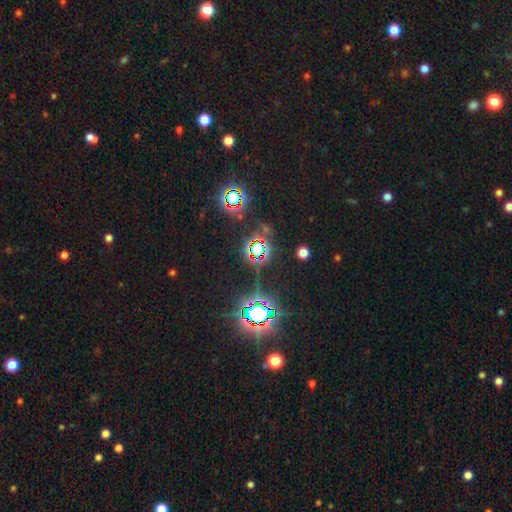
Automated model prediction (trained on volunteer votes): smooth_or_featured: star or artifact (p=0.81) [alt: smooth p=0.11]